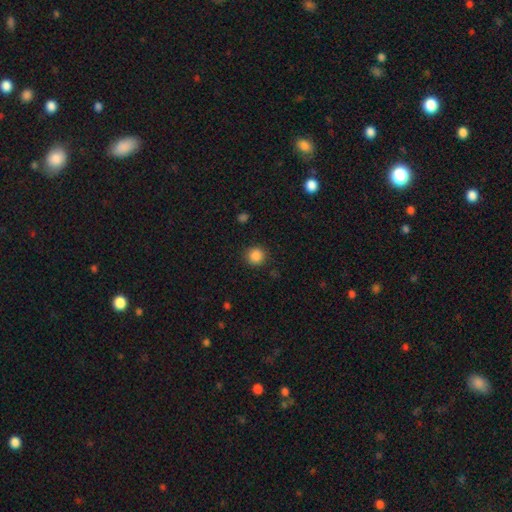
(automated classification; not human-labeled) Q: Smooth or featured?
A: smooth (86%); runner-up: star or artifact (11%)
Q: How rounded?
A: round (93%); runner-up: in between (6%)
Q: Merging?
A: none (90%); runner-up: minor disturbance (7%)